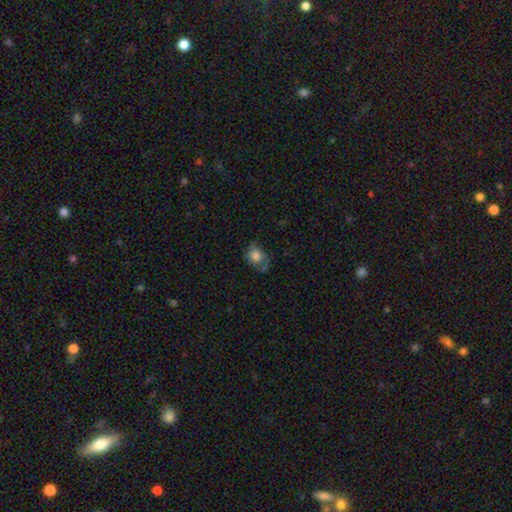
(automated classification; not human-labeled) A smooth galaxy with no disk features (70%) that is in between round and cigar-shaped (58%).

Vote fractions:
- Smooth or featured? smooth: 70% / featured or disk: 21% / star or artifact: 10%
- How rounded? in between: 58% / round: 41% / cigar-shaped: 1%
- Merging? none: 47% / minor disturbance: 31% / major disturbance: 19% / merger: 3%